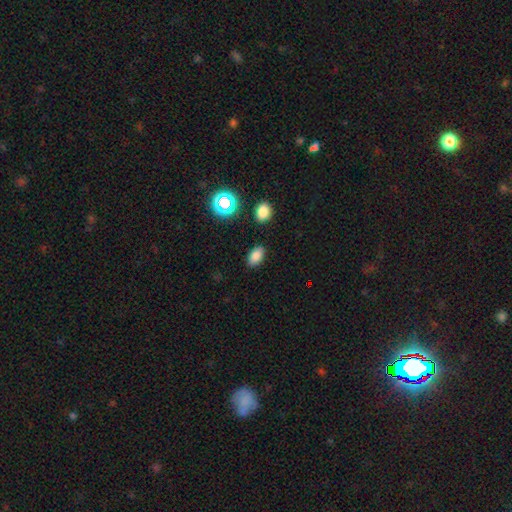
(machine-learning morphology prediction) A smooth galaxy with no disk features (79%) that is in between round and cigar-shaped (90%). Merging: none (86%).